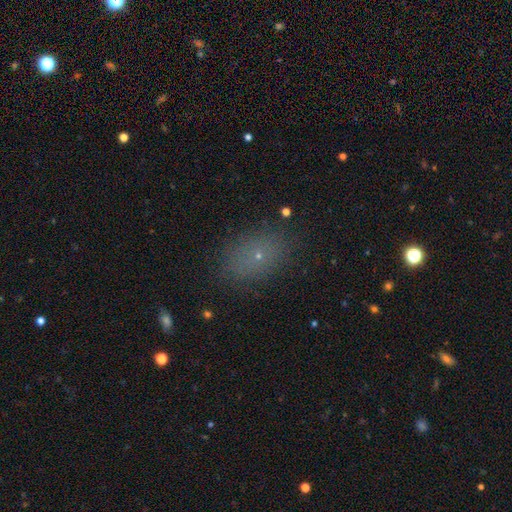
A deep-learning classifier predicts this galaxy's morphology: The model was most divided on "smooth or featured": smooth: 65%, star or artifact: 23%, featured or disk: 12%. More confident: merging — none (84%); how rounded — in between (78%).